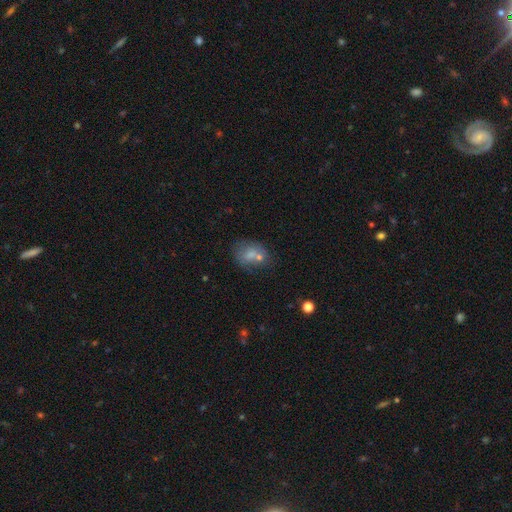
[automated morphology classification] Smooth or featured: smooth — 59% (featured or disk — 24%)
How rounded: in between — 57% (round — 42%)
Merging: none — 43% (merger — 33%)